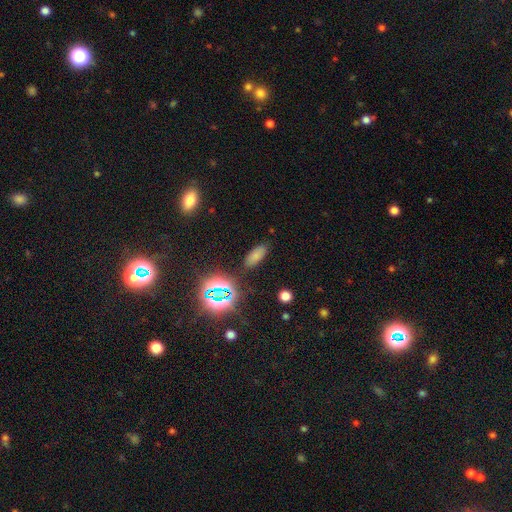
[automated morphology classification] Smooth or featured?
  - smooth: 70% *
  - star or artifact: 22%
  - featured or disk: 7%
How rounded?
  - in between: 78% *
  - cigar-shaped: 18%
  - round: 4%
Merging?
  - none: 86% *
  - minor disturbance: 9%
  - major disturbance: 3%
  - merger: 2%